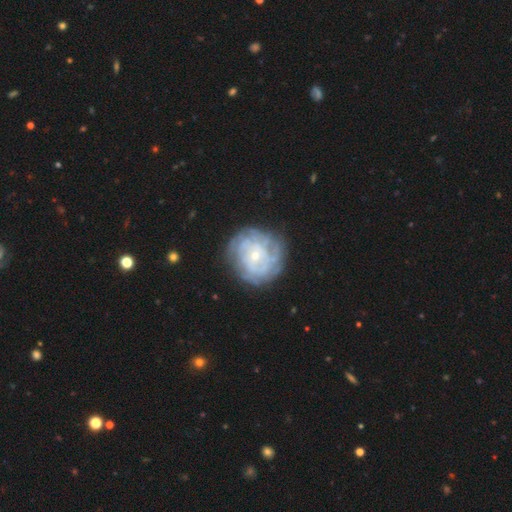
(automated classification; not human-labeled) Morphology: type=featured or disk (73%); edge-on=no (97%); bar=no (78%); spiral arms=yes (77%); winding=tight (75%); arm count=can't tell (57%); bulge=small (75%); merging=none (75%).